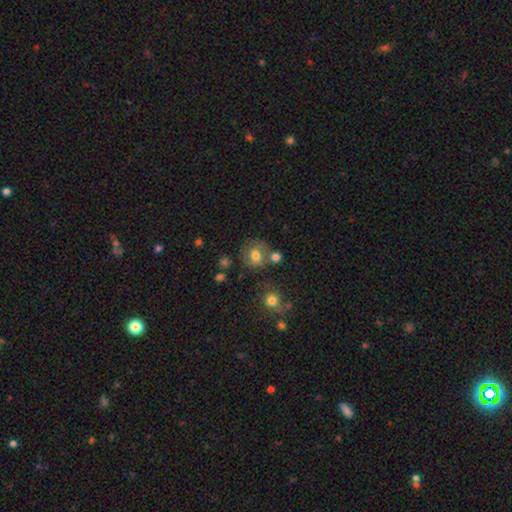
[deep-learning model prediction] A smooth galaxy with no disk features (71%) that is round (79%). Merging: none (60%).